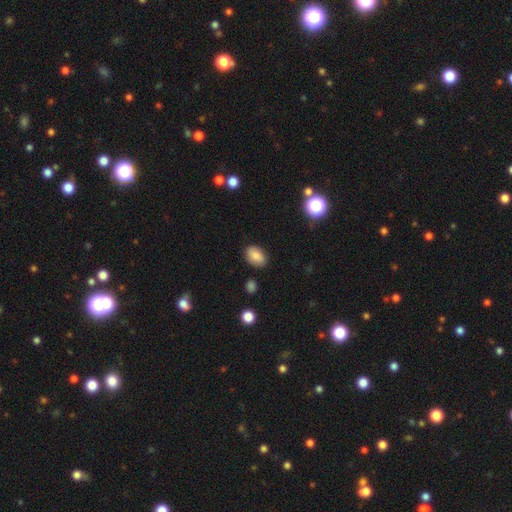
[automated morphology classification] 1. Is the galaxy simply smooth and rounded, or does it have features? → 82% smooth, 9% star or artifact, 9% featured or disk.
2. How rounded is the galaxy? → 82% in between, 17% round, 1% cigar-shaped.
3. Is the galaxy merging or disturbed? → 85% none, 11% minor disturbance, 2% major disturbance, 2% merger.